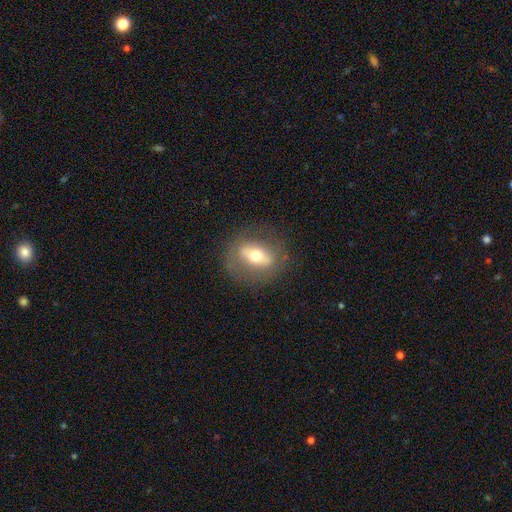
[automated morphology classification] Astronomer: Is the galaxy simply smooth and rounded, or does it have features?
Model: featured or disk — 50% (runner-up: smooth, 42%).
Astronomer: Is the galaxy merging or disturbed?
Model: none — 80%.